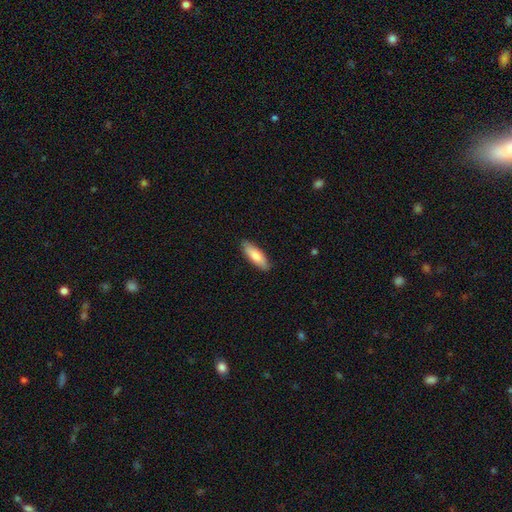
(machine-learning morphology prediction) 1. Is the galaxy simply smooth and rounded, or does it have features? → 80% smooth, 14% featured or disk, 5% star or artifact.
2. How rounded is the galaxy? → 57% in between, 41% cigar-shaped, 2% round.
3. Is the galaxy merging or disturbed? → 87% none, 10% minor disturbance, 2% major disturbance, 1% merger.